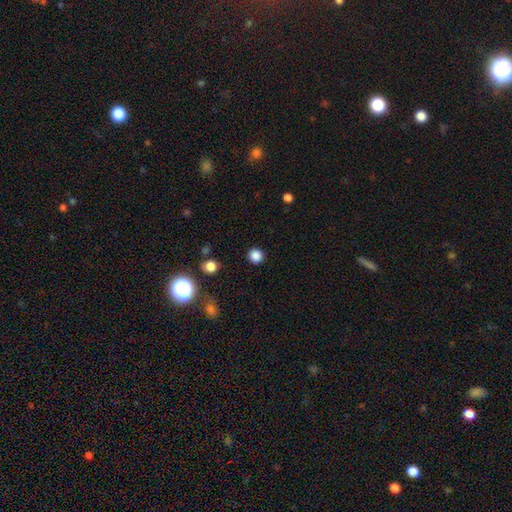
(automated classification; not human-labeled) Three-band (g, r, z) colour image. It shows a smooth galaxy with no disk features (84%) that is round (93%). Merging: none (91%).